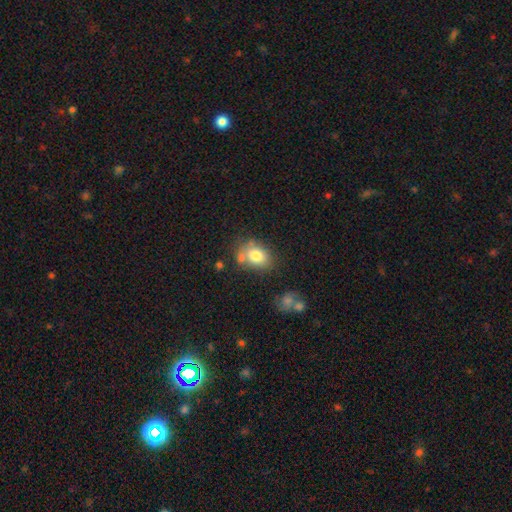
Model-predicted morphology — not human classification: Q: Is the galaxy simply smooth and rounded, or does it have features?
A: smooth — 77%.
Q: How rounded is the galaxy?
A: in between — 68%.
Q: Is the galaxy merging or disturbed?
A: none — 52%.